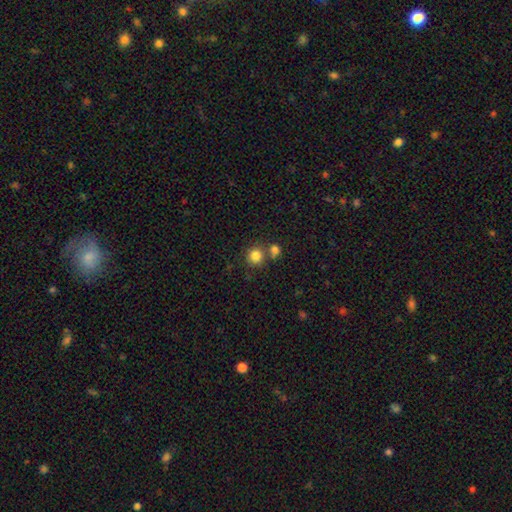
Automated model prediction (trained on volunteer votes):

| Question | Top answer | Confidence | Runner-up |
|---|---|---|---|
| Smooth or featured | smooth | 83% | star or artifact (11%) |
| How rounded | round | 90% | in between (9%) |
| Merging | none | 65% | merger (24%) |